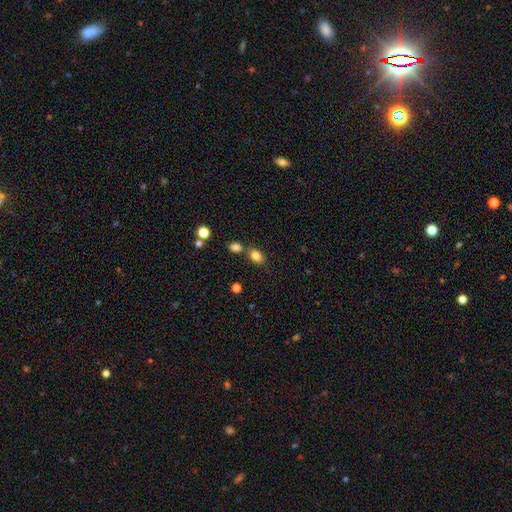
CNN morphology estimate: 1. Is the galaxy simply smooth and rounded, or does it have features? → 83% smooth, 11% star or artifact, 6% featured or disk.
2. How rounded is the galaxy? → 75% in between, 23% round, 2% cigar-shaped.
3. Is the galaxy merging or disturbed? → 66% none, 18% merger, 12% minor disturbance, 3% major disturbance.